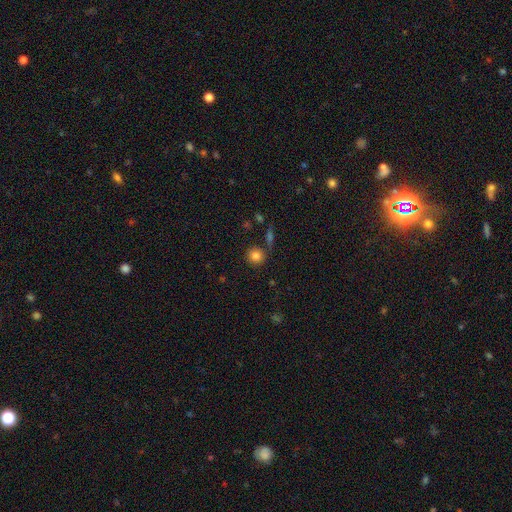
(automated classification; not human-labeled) This is clearly a smooth galaxy (83%). How rounded: clearly round (91%). Merging: clearly none (81%).